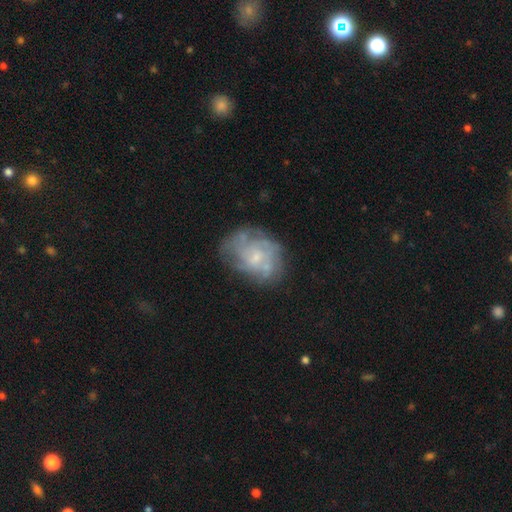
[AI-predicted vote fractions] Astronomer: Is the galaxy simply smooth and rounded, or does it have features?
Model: featured or disk — 69%.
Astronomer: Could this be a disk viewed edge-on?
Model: no — 98%.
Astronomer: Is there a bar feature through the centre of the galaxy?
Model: no — 74%.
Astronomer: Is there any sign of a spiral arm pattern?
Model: yes — 69%.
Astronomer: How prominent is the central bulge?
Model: small — 62%.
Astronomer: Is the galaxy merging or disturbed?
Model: none — 57%.